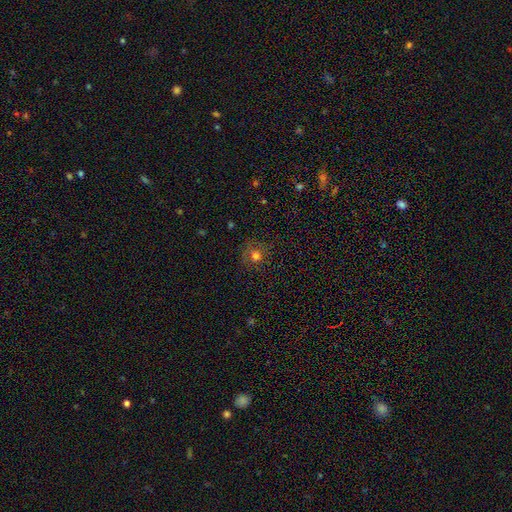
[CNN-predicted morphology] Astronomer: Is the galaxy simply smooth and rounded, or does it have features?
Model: smooth — 66%.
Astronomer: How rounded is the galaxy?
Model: round — 84%.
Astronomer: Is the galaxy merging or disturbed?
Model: none — 71%.